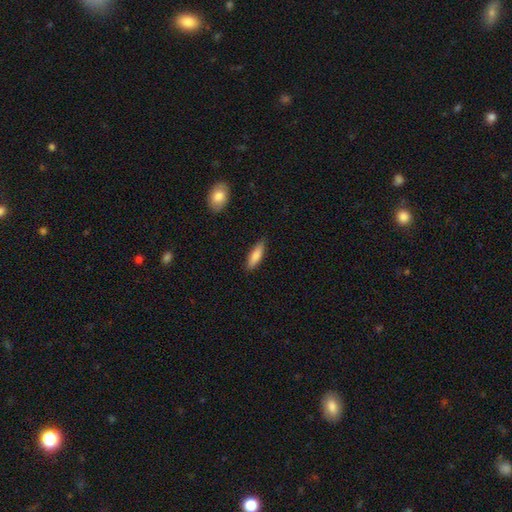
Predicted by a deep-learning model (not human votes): Smooth or featured? Predicted: smooth (p=0.80). How rounded? Predicted: cigar-shaped (p=0.56). Merging? Predicted: none (p=0.86).